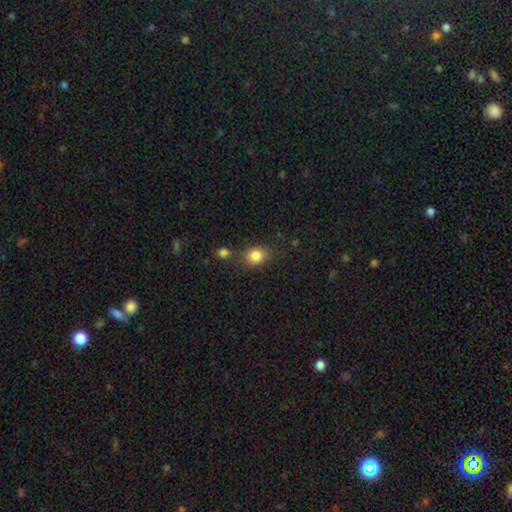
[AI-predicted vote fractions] The model was most divided on "how rounded": round: 58%, in between: 41%, cigar-shaped: 1%. More confident: smooth or featured — smooth (84%); merging — none (72%).